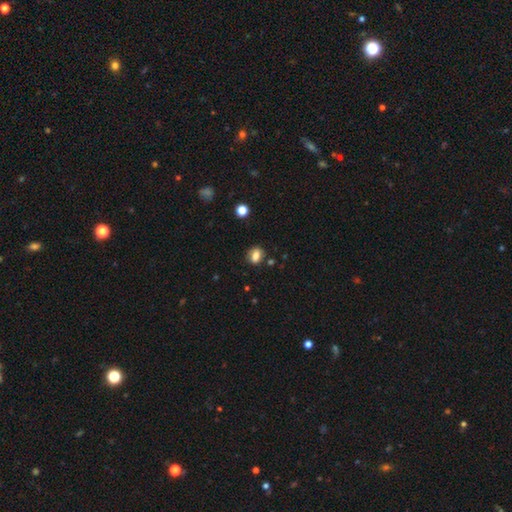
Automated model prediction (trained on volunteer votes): A smooth galaxy with no disk features (79%) that is in between round and cigar-shaped (61%).

Vote fractions:
- Smooth or featured? smooth: 79% / featured or disk: 11% / star or artifact: 10%
- How rounded? in between: 61% / round: 37% / cigar-shaped: 2%
- Merging? none: 76% / minor disturbance: 15% / merger: 6% / major disturbance: 4%